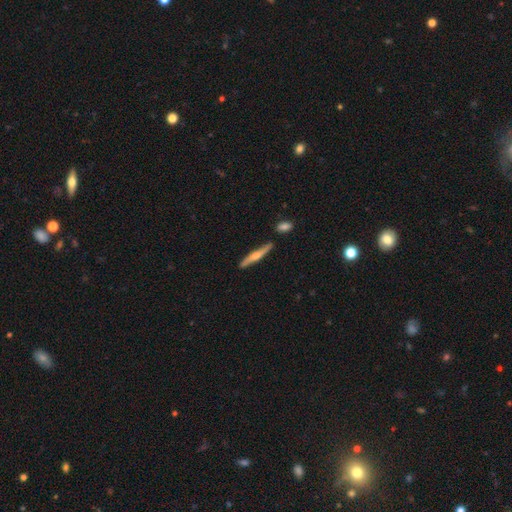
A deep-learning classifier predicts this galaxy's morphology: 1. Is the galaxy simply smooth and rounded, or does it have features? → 51% featured or disk, 43% smooth, 5% star or artifact.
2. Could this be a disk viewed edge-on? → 93% yes, 7% no.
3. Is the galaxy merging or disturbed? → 82% none, 11% minor disturbance, 4% merger, 2% major disturbance.